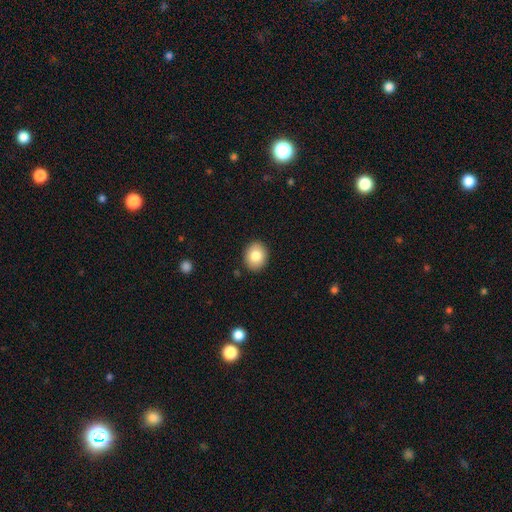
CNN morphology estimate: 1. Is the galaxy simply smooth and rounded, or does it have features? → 82% smooth, 10% featured or disk, 8% star or artifact.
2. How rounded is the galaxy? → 55% round, 44% in between, 1% cigar-shaped.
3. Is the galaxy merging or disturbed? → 90% none, 7% minor disturbance, 2% major disturbance, 1% merger.